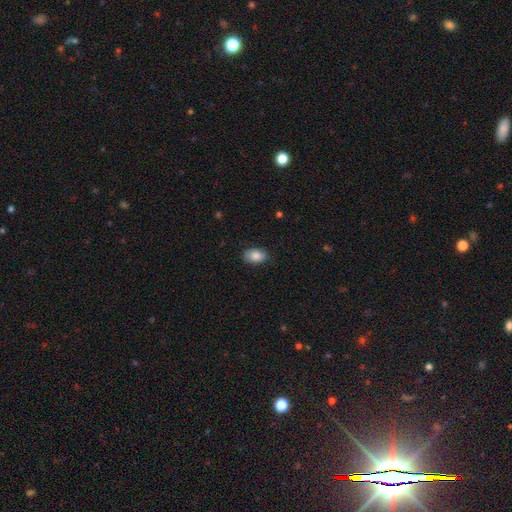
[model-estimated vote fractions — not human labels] Overall: smooth (85%). How rounded: in between (89%). Merging: none (83%).